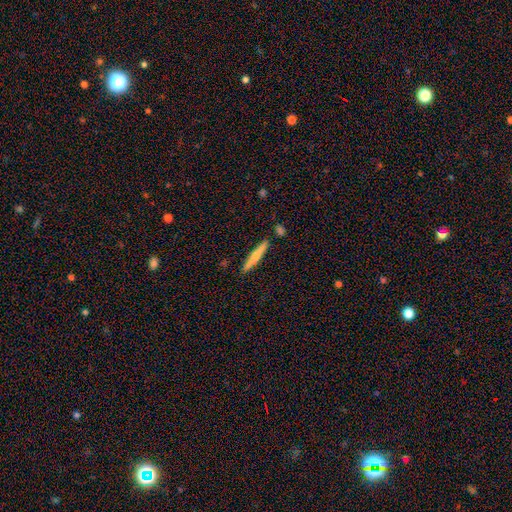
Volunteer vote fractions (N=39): Smooth or featured?
  - smooth: 54% *
  - featured or disk: 41%
  - star or artifact: 5%
How rounded?
  - cigar-shaped: 100% *
  - round: 0%
  - in between: 0%
Merging?
  - none: 86% *
  - merger: 8%
  - minor disturbance: 3%
  - major disturbance: 3%